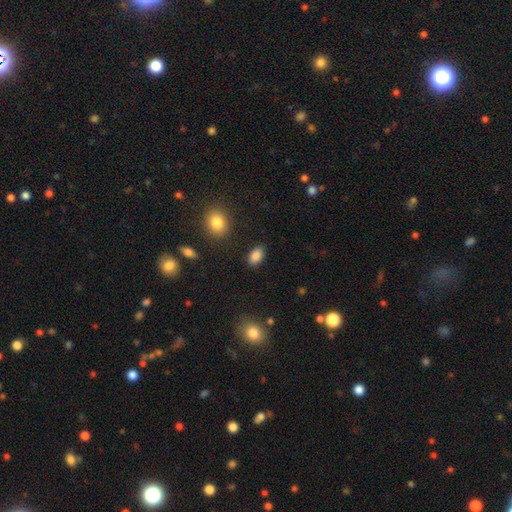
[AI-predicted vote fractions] This appears to be a smooth galaxy with no disk features (86%) that is in between round and cigar-shaped (91%). Merging: none (87%).